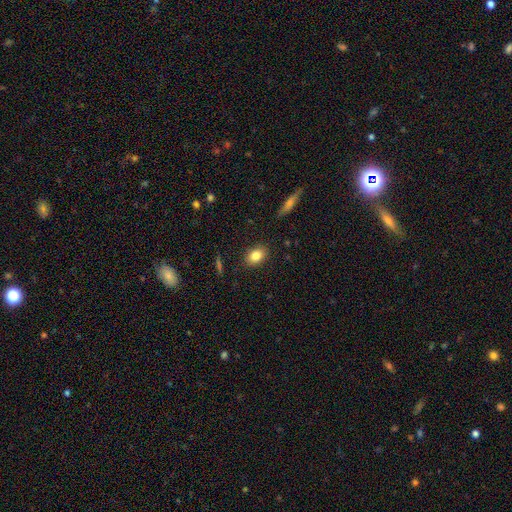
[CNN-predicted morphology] smooth 82%, star or artifact 9%, featured or disk 9%. Down the decision tree: how rounded — in between (71%); merging — none (87%).